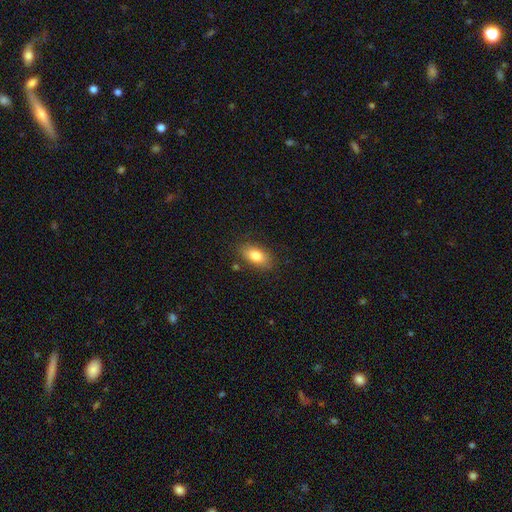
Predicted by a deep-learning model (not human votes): The model was most divided on "merging": none: 82%, minor disturbance: 13%, major disturbance: 3%, merger: 2%. More confident: how rounded — in between (88%); smooth or featured — smooth (81%).